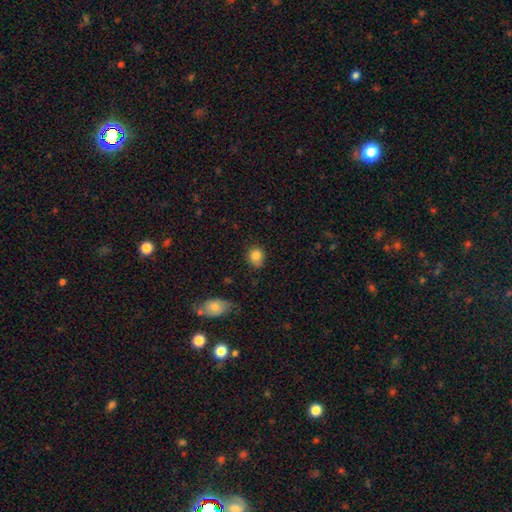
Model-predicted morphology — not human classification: This appears to be a smooth galaxy with no disk features (84%) that is round (68%). Merging: none (74%).